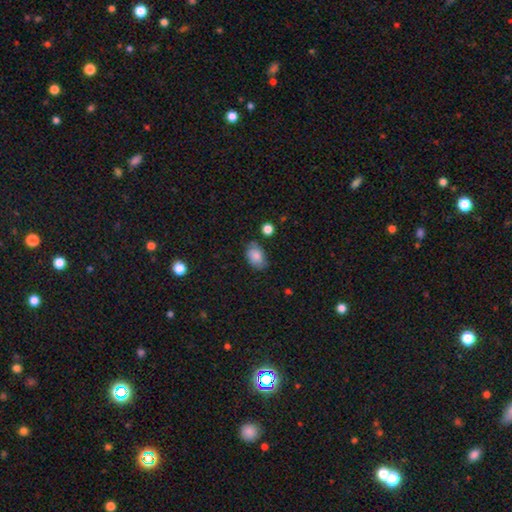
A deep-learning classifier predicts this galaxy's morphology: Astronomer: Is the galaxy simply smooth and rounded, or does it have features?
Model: smooth — 80%.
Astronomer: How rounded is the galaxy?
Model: in between — 87%.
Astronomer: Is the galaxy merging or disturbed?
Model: none — 69%.